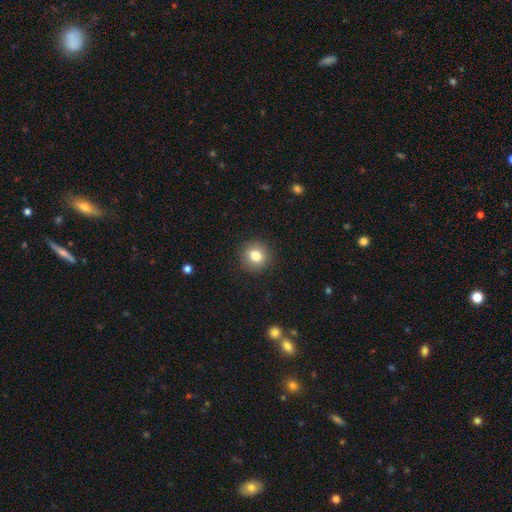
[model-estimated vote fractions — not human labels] Smooth or featured? smooth (80%)
How rounded? round (92%)
Merging? none (91%)